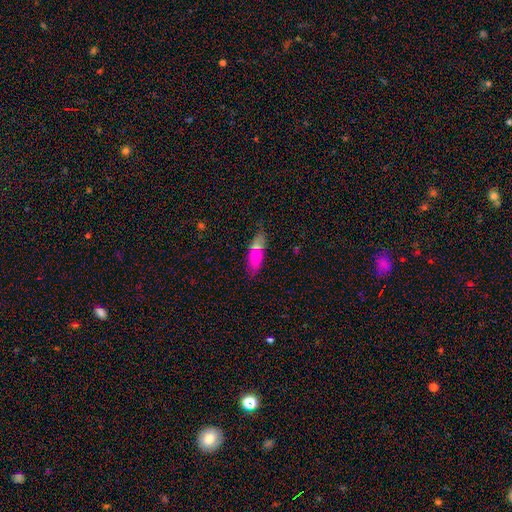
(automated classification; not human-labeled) Q: Smooth or featured?
A: smooth (70%); runner-up: featured or disk (19%)
Q: How rounded?
A: in between (61%); runner-up: cigar-shaped (36%)
Q: Merging?
A: none (75%); runner-up: minor disturbance (14%)